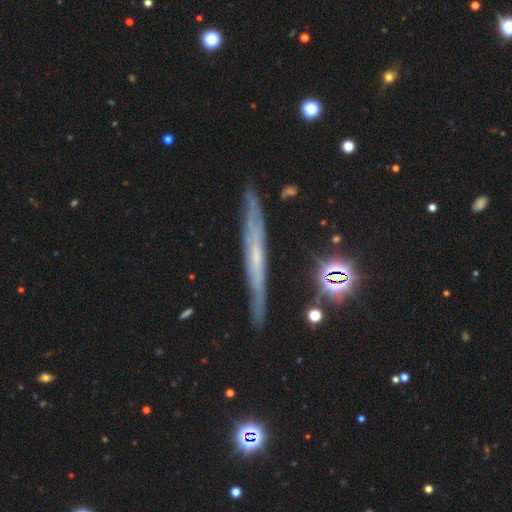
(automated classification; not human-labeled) Smooth or featured? featured or disk (66%)
Edge-on disk? yes (89%)
Edge-on bulge? none (73%)
Merging? none (84%)